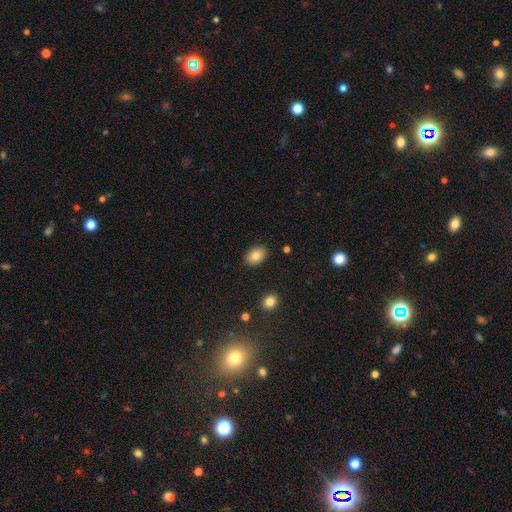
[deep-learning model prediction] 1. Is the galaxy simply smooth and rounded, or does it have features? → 83% smooth, 8% star or artifact, 8% featured or disk.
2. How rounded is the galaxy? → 79% in between, 20% round, 1% cigar-shaped.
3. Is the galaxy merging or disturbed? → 88% none, 8% minor disturbance, 2% major disturbance, 1% merger.